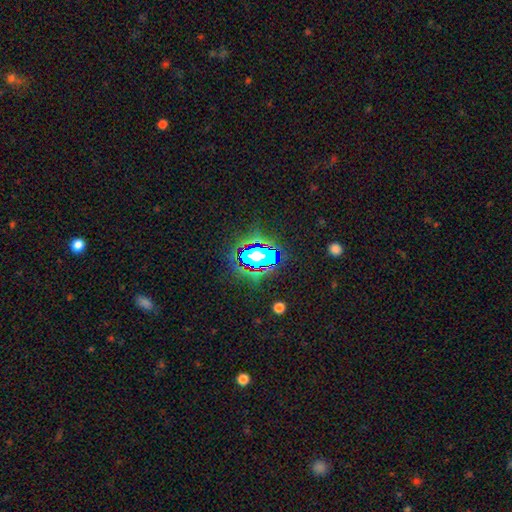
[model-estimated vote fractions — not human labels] Q: Smooth or featured?
A: star or artifact (56%); runner-up: smooth (28%)